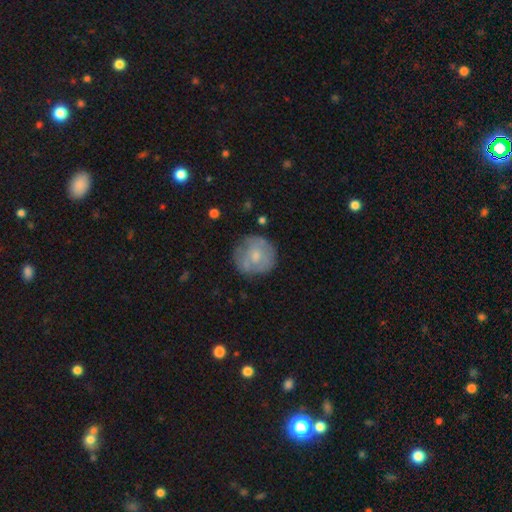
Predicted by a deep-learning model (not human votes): The model was most divided on "smooth or featured": smooth: 54%, featured or disk: 40%, star or artifact: 7%. More confident: how rounded — round (90%); merging — none (70%).